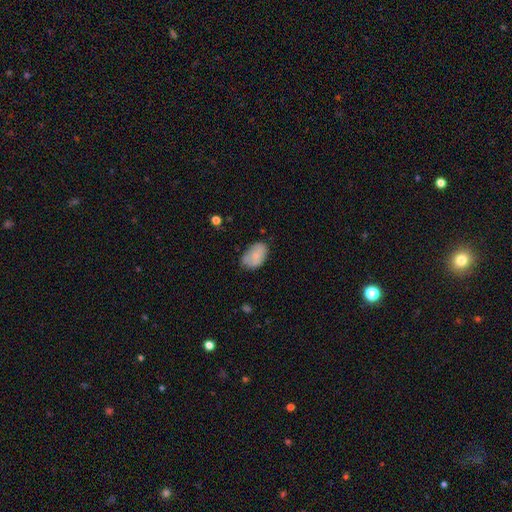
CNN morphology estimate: A smooth galaxy with no disk features (73%) that is in between round and cigar-shaped (90%).

Vote fractions:
- Smooth or featured? smooth: 73% / featured or disk: 20% / star or artifact: 7%
- How rounded? in between: 90% / round: 9% / cigar-shaped: 1%
- Merging? none: 64% / minor disturbance: 28% / major disturbance: 6% / merger: 2%